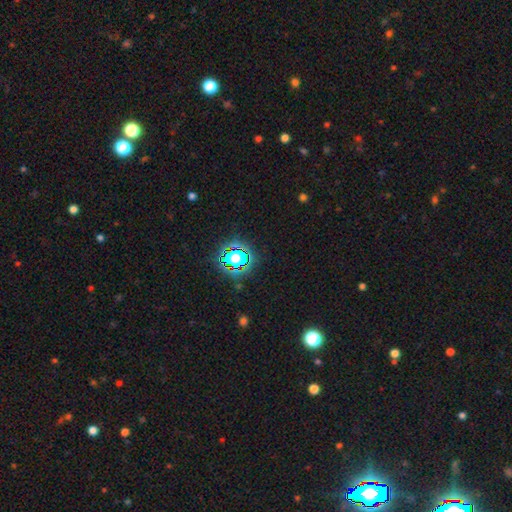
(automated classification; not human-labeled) smooth_or_featured: star or artifact (p=0.79) [alt: smooth p=0.13]